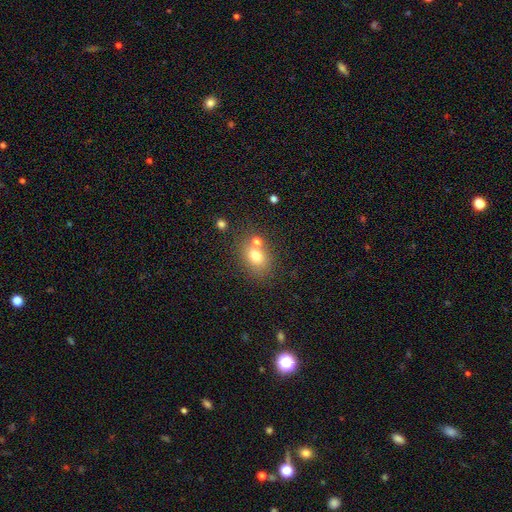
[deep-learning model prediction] Smooth or featured?
  - smooth: 74% *
  - featured or disk: 14%
  - star or artifact: 13%
How rounded?
  - in between: 59% *
  - round: 40%
  - cigar-shaped: 1%
Merging?
  - none: 60% *
  - merger: 24%
  - minor disturbance: 12%
  - major disturbance: 4%